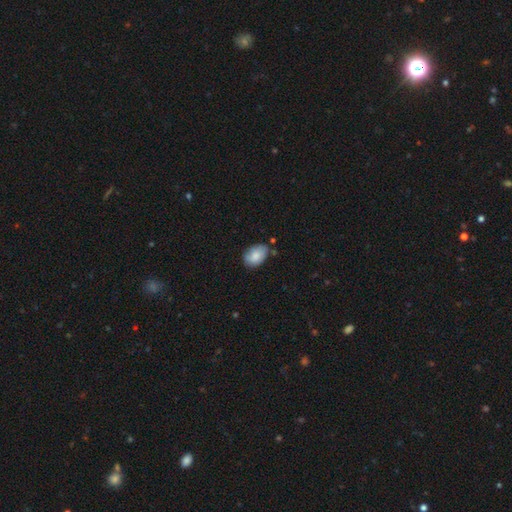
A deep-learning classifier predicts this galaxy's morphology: Overall: smooth (82%). How rounded: in between (85%). Merging: none (66%).